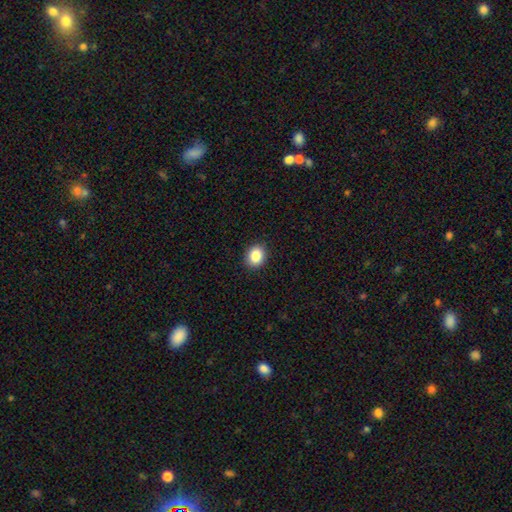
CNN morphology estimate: smooth-or-featured: smooth: 86% | star or artifact: 9% | featured or disk: 4%
  how-rounded: round: 57% | in between: 42% | cigar-shaped: 1%
  merging: none: 91% | minor disturbance: 7% | major disturbance: 2% | merger: 1%